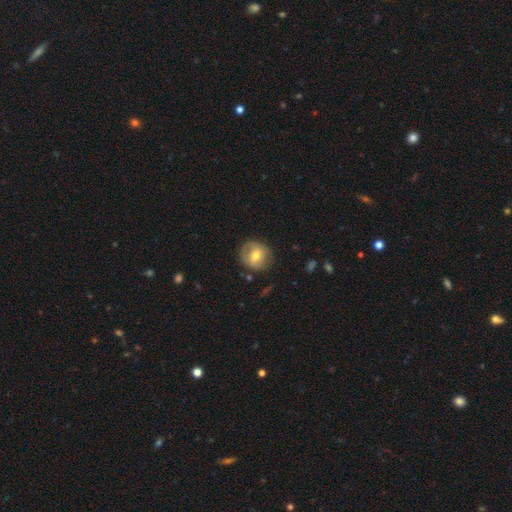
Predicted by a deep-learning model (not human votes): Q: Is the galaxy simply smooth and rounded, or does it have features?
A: smooth — 54%.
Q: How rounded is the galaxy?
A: round — 84%.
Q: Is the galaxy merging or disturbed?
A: none — 77%.